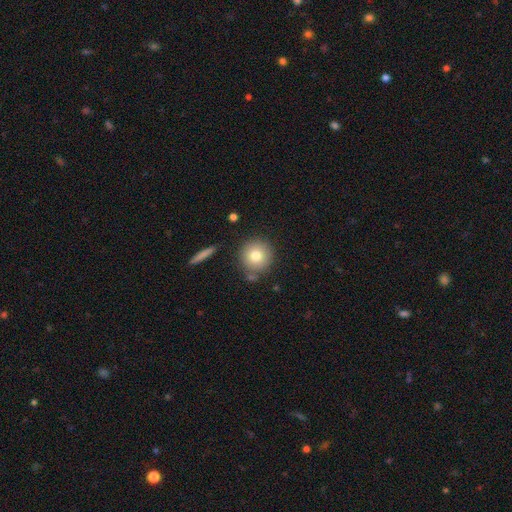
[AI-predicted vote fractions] Smooth or featured: smooth — 78% (featured or disk — 13%)
How rounded: round — 94% (in between — 5%)
Merging: none — 80% (minor disturbance — 10%)